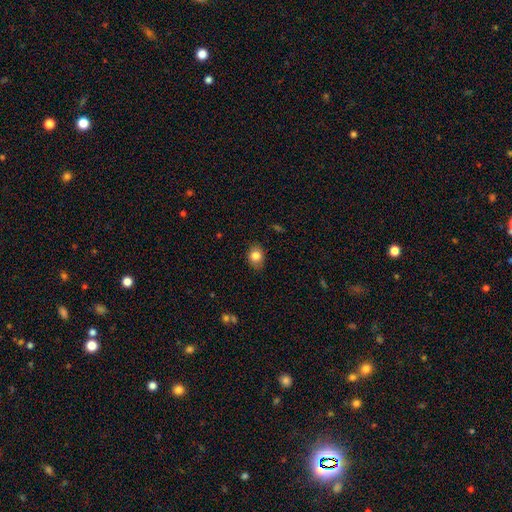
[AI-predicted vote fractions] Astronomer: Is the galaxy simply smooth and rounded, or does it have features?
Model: smooth — 82%.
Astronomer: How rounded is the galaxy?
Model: in between — 51% (runner-up: round, 48%).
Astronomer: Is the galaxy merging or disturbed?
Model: none — 83%.